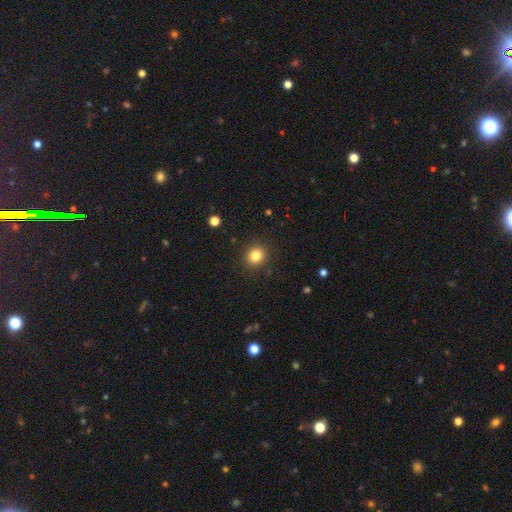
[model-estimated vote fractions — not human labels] smooth_or_featured: smooth (p=0.82) [alt: star or artifact p=0.12]
how_rounded: round (p=0.81) [alt: in between p=0.18]
merging: none (p=0.90) [alt: minor disturbance p=0.07]